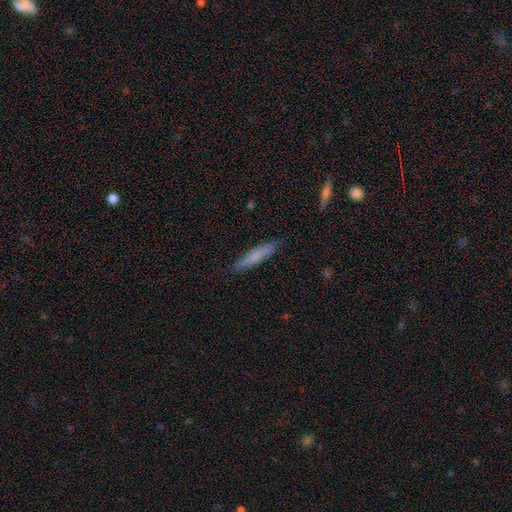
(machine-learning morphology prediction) type=smooth (73%); roundness=cigar-shaped (89%); merging=none (87%).